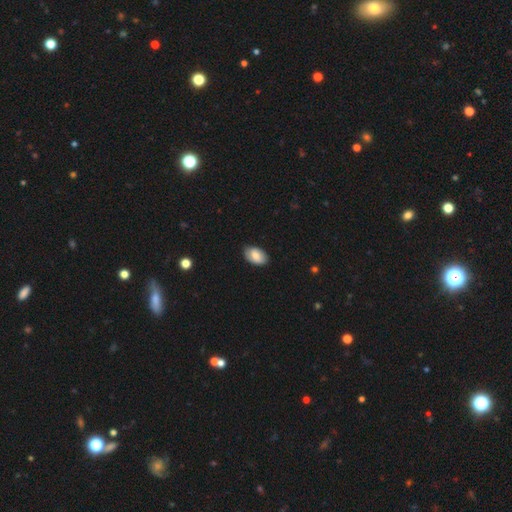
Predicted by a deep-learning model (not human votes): smooth-or-featured: smooth: 76% | featured or disk: 17% | star or artifact: 7%
  how-rounded: in between: 92% | round: 7% | cigar-shaped: 1%
  merging: none: 81% | minor disturbance: 15% | major disturbance: 2% | merger: 1%